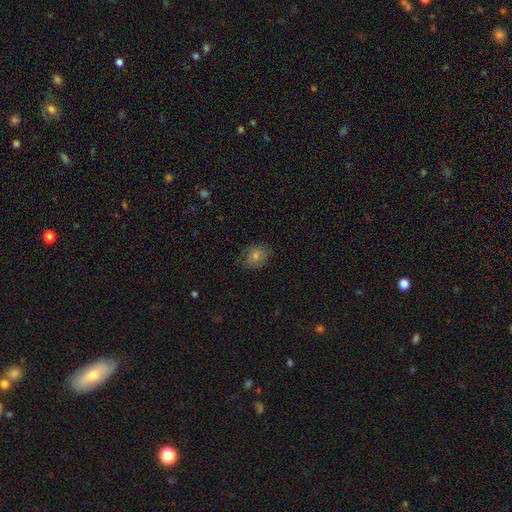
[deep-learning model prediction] smooth 53%, featured or disk 29%, star or artifact 18%. Down the decision tree: how rounded — round (50%); merging — none (73%).